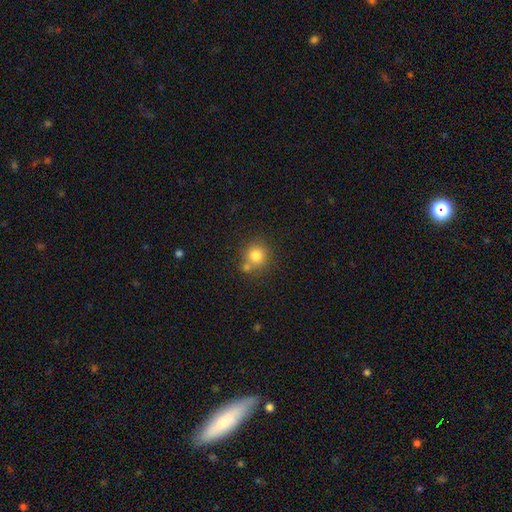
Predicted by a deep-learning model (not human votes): smooth_or_featured: smooth (p=0.80) [alt: star or artifact p=0.11]
how_rounded: round (p=0.90) [alt: in between p=0.09]
merging: none (p=0.63) [alt: merger p=0.23]